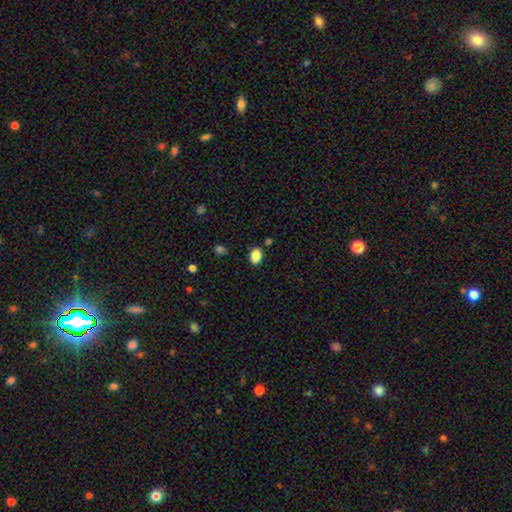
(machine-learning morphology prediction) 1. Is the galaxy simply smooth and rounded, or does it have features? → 87% smooth, 9% star or artifact, 4% featured or disk.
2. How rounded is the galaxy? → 73% in between, 26% round, 1% cigar-shaped.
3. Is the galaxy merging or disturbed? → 85% none, 9% minor disturbance, 3% merger, 2% major disturbance.